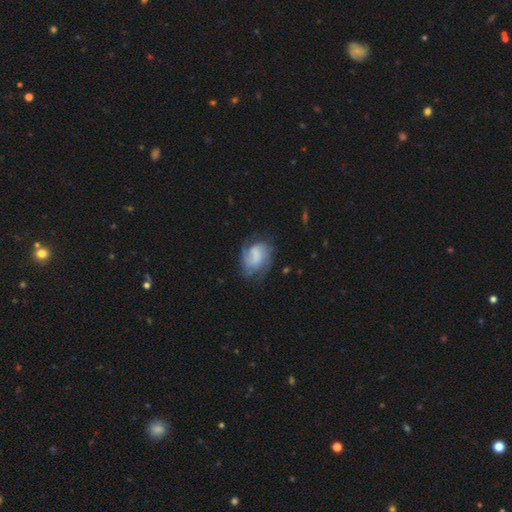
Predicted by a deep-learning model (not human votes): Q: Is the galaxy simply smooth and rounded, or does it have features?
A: featured or disk — 66%.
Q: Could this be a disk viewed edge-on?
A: no — 98%.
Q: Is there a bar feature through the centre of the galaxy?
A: no — 48%.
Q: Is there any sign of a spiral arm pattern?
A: yes — 88%.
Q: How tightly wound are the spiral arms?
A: medium — 42%.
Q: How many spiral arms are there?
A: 2 — 38%.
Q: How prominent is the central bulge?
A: none — 45%.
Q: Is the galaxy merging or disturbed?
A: none — 56%.